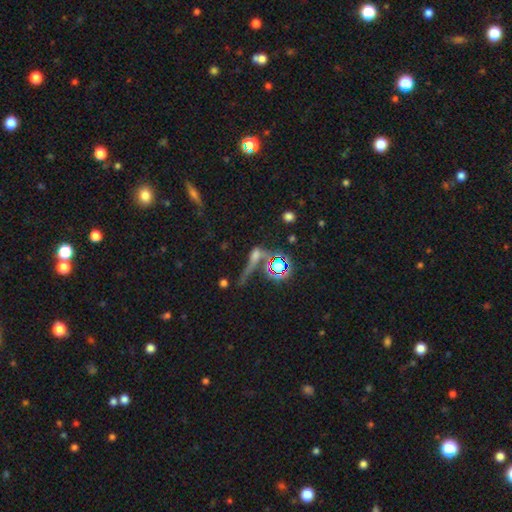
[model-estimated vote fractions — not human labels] This appears to be a star or artifact, not a galaxy (42%).